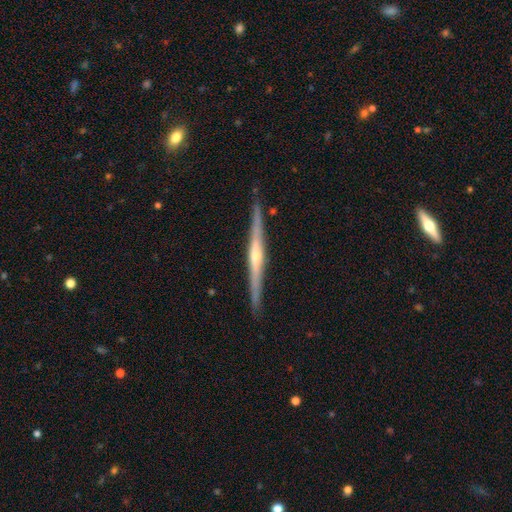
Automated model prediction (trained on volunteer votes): Q: Smooth or featured?
A: featured or disk (82%); runner-up: smooth (13%)
Q: Edge-on disk?
A: yes (98%); runner-up: no (2%)
Q: Edge-on bulge?
A: rounded (77%); runner-up: none (16%)
Q: Merging?
A: none (90%); runner-up: minor disturbance (7%)